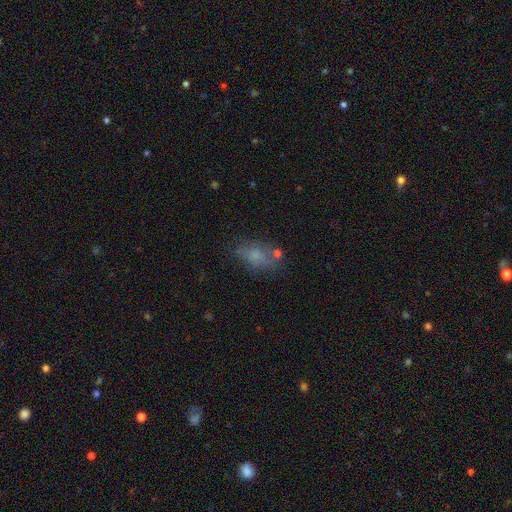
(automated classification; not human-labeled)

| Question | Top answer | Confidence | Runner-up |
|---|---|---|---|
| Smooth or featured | smooth | 68% | featured or disk (19%) |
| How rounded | in between | 84% | round (10%) |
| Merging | none | 59% | minor disturbance (22%) |